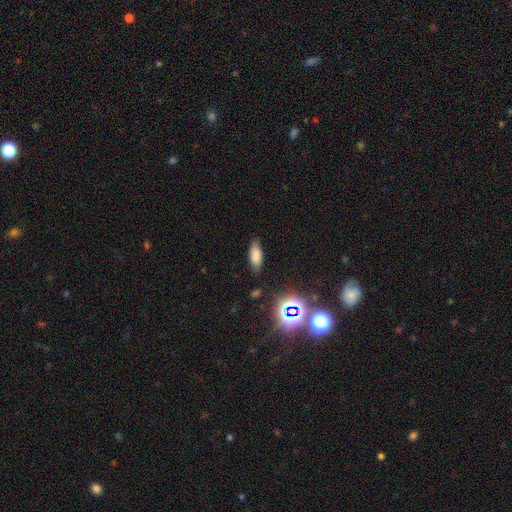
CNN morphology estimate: A smooth galaxy with no disk features (77%) that is in between round and cigar-shaped (74%). Merging: none (81%).